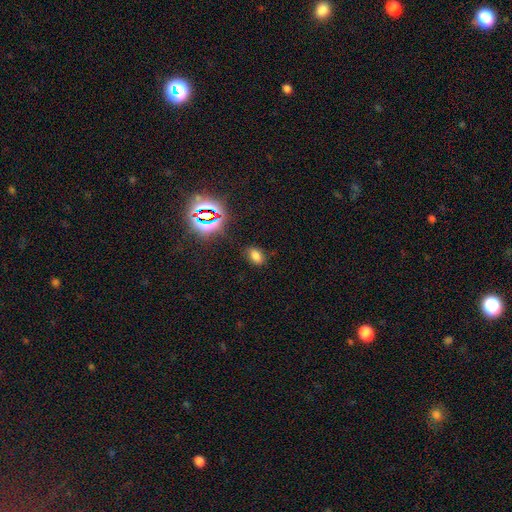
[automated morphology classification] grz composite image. It shows a smooth galaxy with no disk features (70%) that is in between round and cigar-shaped (85%). Merging: none (82%).